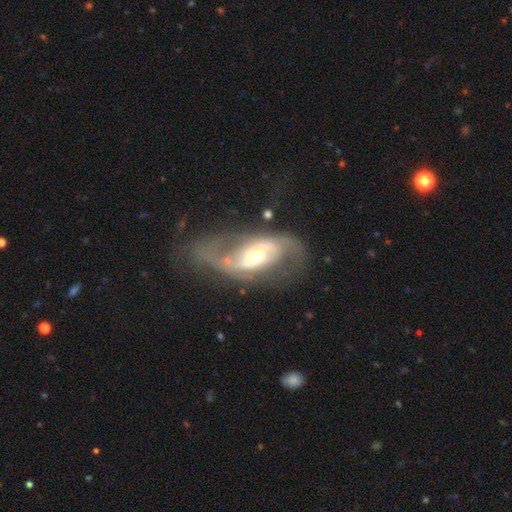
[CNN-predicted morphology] A featured or disk galaxy (83%) with no bar (37%, tied with weak), 2 (86%) loose (48%) spiral arms (89%) and a moderate central bulge (54%). Merging: none (52%).